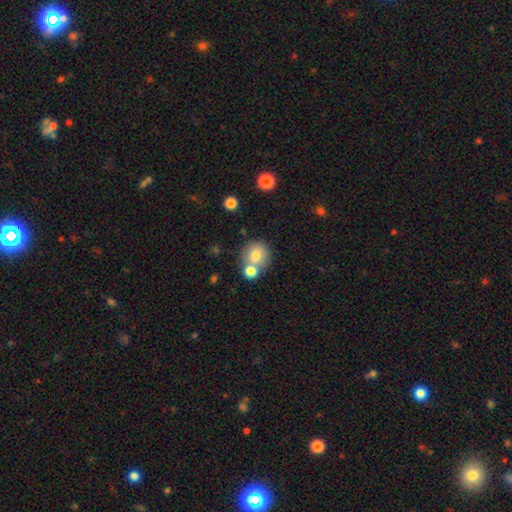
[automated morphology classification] This is likely a smooth galaxy (76%). How rounded: clearly round (83%). Merging: possibly none (53%).